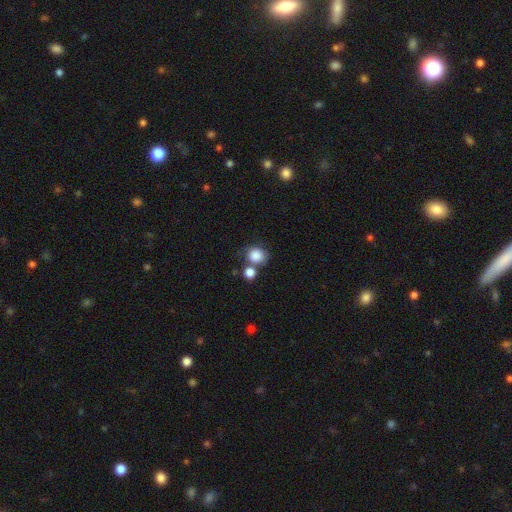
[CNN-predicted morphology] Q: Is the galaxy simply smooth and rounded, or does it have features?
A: smooth — 84%.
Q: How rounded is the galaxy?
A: round — 74%.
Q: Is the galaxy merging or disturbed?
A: none — 52%.